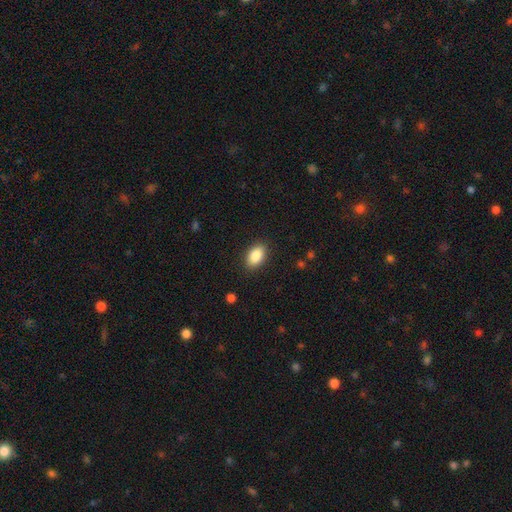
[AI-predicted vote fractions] smooth_or_featured: smooth (p=0.87) [alt: star or artifact p=0.07]
how_rounded: in between (p=0.91) [alt: round p=0.07]
merging: none (p=0.88) [alt: minor disturbance p=0.09]